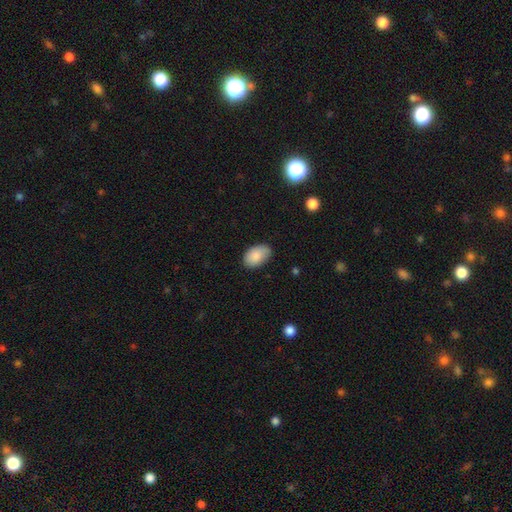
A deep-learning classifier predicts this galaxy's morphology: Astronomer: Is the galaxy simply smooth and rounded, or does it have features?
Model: smooth — 87%.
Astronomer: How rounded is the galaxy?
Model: in between — 92%.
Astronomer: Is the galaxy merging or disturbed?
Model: none — 81%.